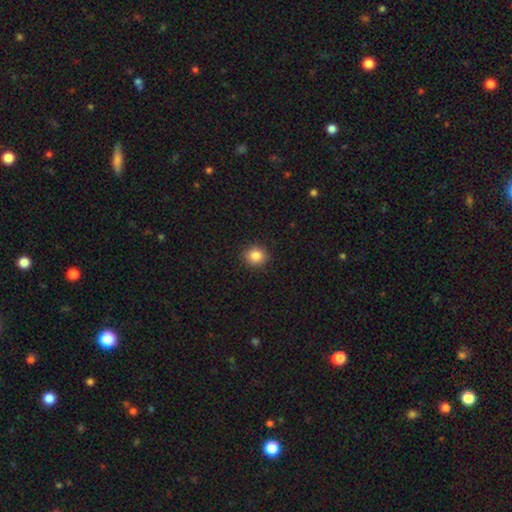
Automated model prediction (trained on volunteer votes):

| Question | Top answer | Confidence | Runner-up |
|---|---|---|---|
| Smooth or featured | smooth | 85% | star or artifact (10%) |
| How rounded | round | 81% | in between (18%) |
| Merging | none | 89% | minor disturbance (8%) |